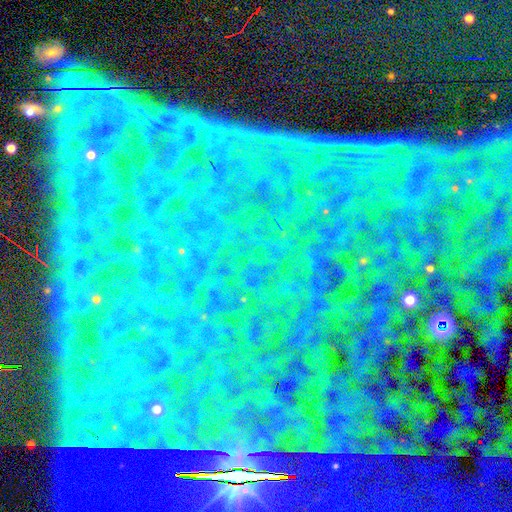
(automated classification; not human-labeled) This is clearly a star or artifact rather than a galaxy (86%).